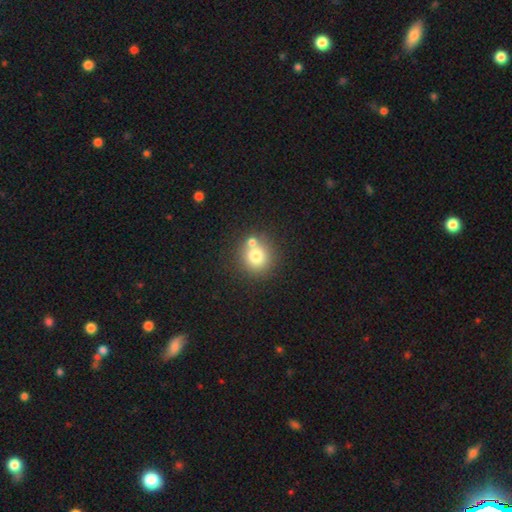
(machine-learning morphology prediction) Q: Smooth or featured?
A: smooth (75%); runner-up: featured or disk (13%)
Q: How rounded?
A: round (90%); runner-up: in between (9%)
Q: Merging?
A: none (63%); runner-up: merger (26%)